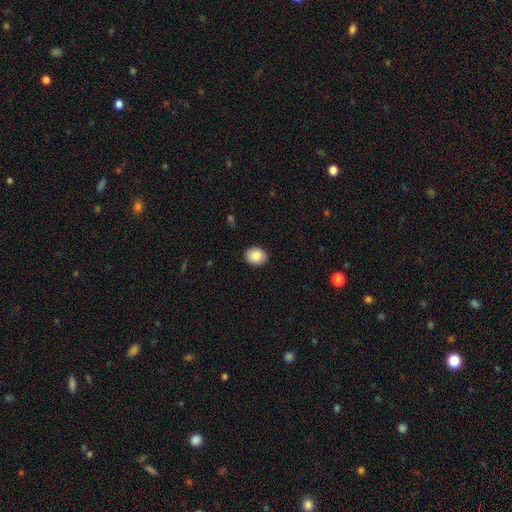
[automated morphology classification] A smooth galaxy with no disk features (86%) that is round (54%).

Vote fractions:
- Smooth or featured? smooth: 86% / star or artifact: 8% / featured or disk: 6%
- How rounded? round: 54% / in between: 46% / cigar-shaped: 1%
- Merging? none: 90% / minor disturbance: 7% / major disturbance: 2% / merger: 1%